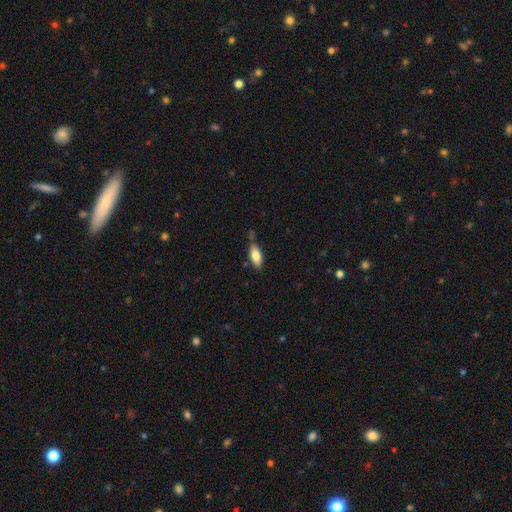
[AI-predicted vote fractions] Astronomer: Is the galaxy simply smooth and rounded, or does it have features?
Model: smooth — 78%.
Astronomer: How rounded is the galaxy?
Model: in between — 80%.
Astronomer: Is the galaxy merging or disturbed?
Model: none — 66%.